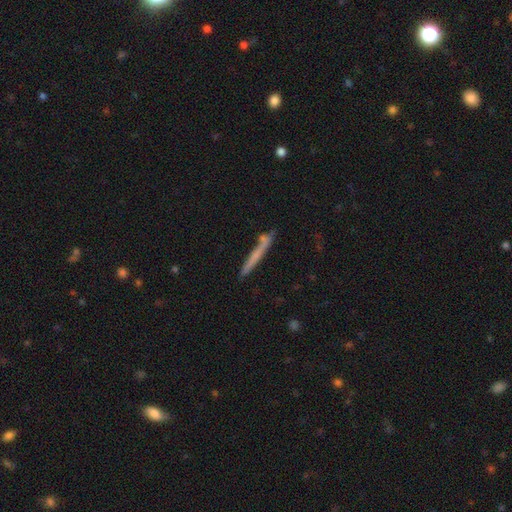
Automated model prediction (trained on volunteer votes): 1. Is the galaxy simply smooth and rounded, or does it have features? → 55% smooth, 38% featured or disk, 7% star or artifact.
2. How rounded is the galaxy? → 96% cigar-shaped, 2% in between, 1% round.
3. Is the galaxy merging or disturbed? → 76% none, 14% minor disturbance, 7% merger, 3% major disturbance.